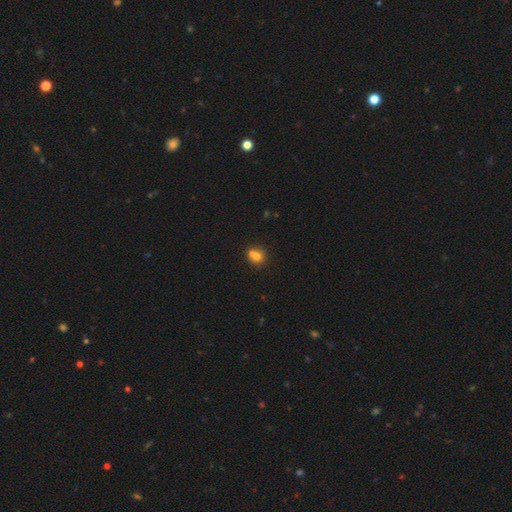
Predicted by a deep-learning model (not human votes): The model was most divided on "merging": merger: 46%, none: 41%, minor disturbance: 10%, major disturbance: 3%. More confident: how rounded — round (75%); smooth or featured — smooth (71%).